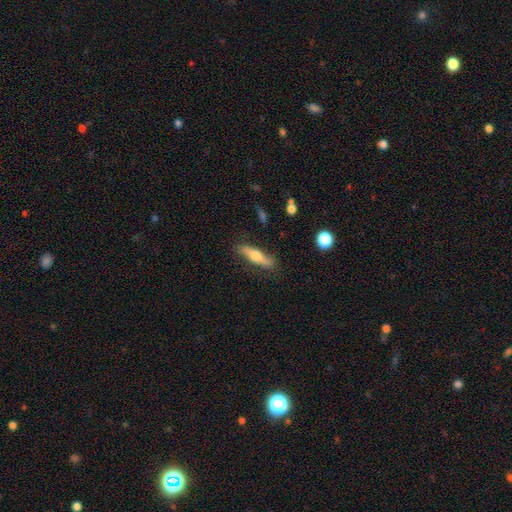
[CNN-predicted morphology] This appears to be a smooth galaxy with no disk features (53%) that is cigar-shaped (70%). Merging: none (81%).